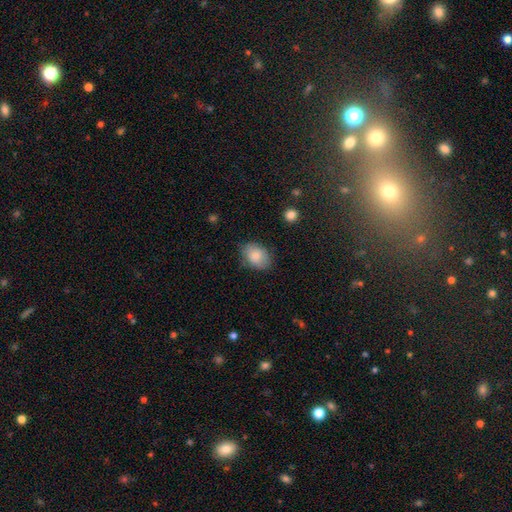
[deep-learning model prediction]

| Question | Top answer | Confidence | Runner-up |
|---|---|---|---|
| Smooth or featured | smooth | 83% | featured or disk (10%) |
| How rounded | in between | 80% | round (19%) |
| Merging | none | 77% | minor disturbance (18%) |